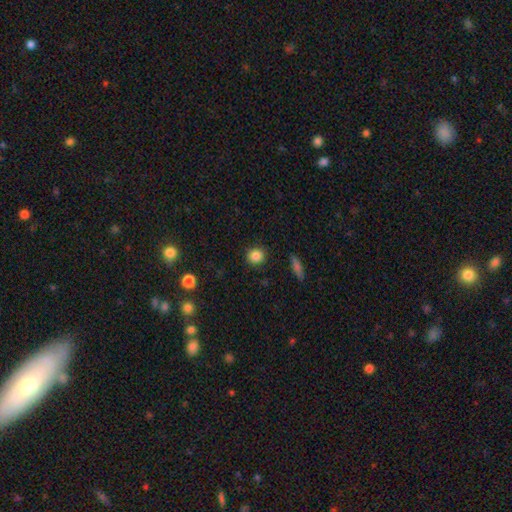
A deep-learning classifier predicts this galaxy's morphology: A smooth galaxy with no disk features (85%) that is round (85%). Merging: none (90%).